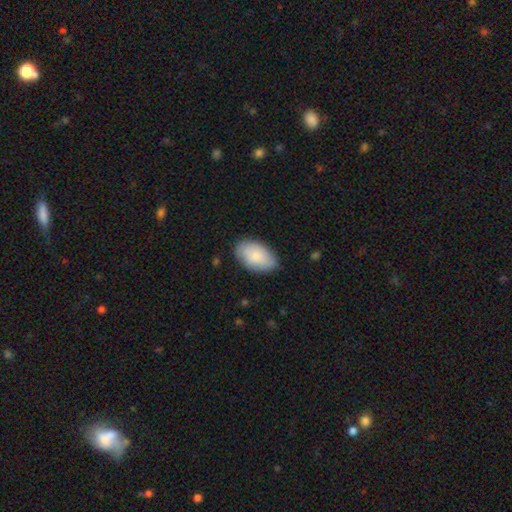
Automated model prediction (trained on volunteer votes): Morphology: type=smooth (82%); roundness=in between (94%); merging=none (82%).